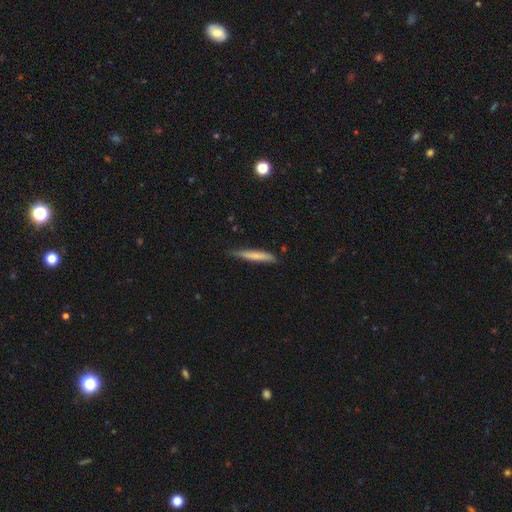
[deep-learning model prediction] A smooth galaxy with no disk features (71%) that is cigar-shaped (94%). Merging: none (77%).